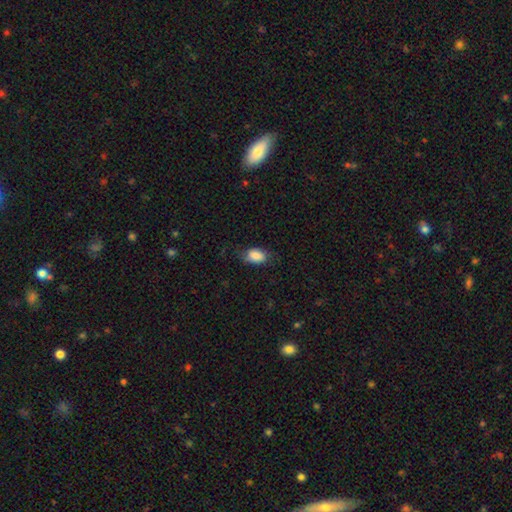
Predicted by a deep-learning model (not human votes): The model was most divided on "merging": none: 63%, minor disturbance: 25%, major disturbance: 10%, merger: 1%. More confident: how rounded — in between (86%); smooth or featured — smooth (83%).